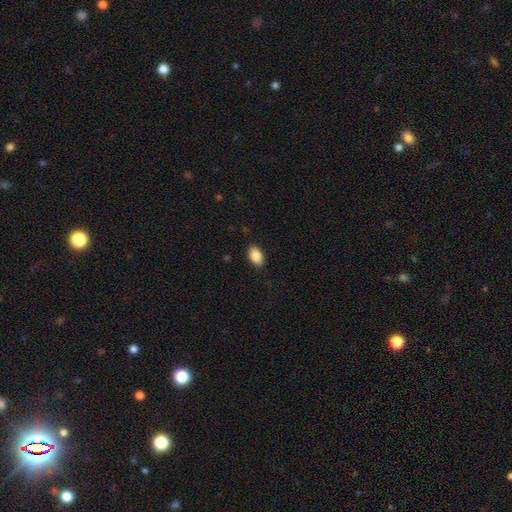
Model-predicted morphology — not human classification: type=smooth (85%); roundness=in between (91%); merging=none (88%).